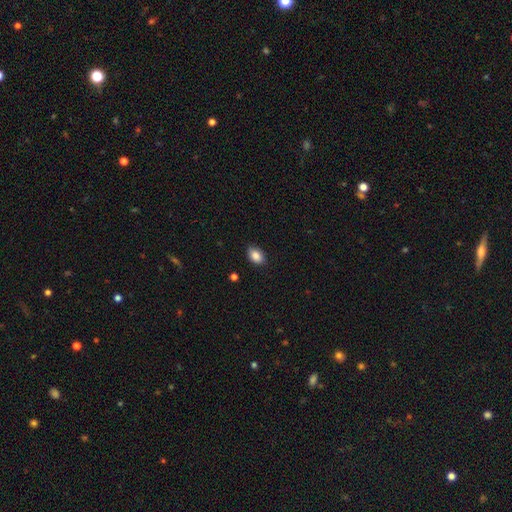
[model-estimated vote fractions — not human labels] A smooth galaxy with no disk features (87%) that is in between round and cigar-shaped (86%). Merging: none (82%).